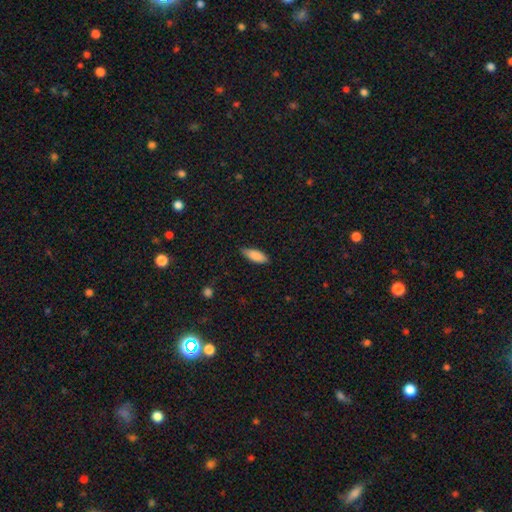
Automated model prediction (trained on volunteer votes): smooth-or-featured: smooth: 86% | featured or disk: 8% | star or artifact: 6%
  how-rounded: in between: 74% | cigar-shaped: 25% | round: 2%
  merging: none: 82% | minor disturbance: 15% | major disturbance: 2% | merger: 1%